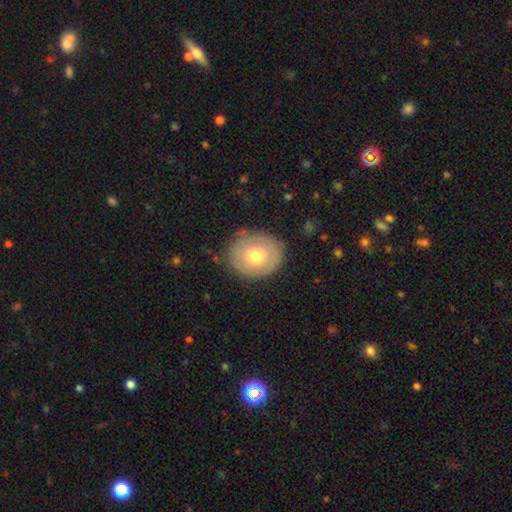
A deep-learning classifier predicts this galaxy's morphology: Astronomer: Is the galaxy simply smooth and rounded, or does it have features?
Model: smooth — 58% (runner-up: featured or disk, 35%).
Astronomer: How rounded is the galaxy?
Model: round — 72%.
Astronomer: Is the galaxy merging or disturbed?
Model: none — 80%.